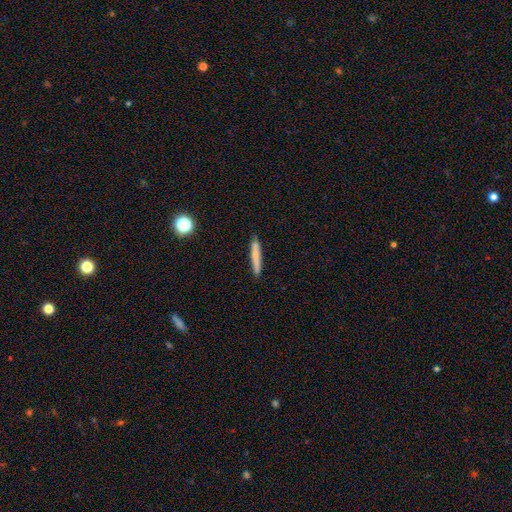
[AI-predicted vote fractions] Overall: smooth (72%). How rounded: cigar-shaped (94%). Merging: none (86%).